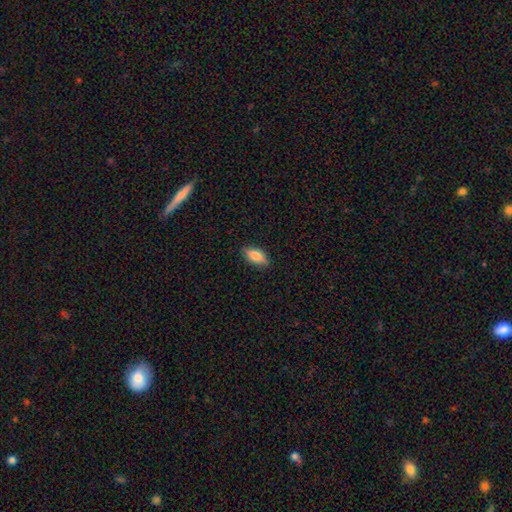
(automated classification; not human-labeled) Smooth or featured: smooth — 79% (featured or disk — 14%)
How rounded: in between — 87% (cigar-shaped — 10%)
Merging: none — 86% (minor disturbance — 11%)